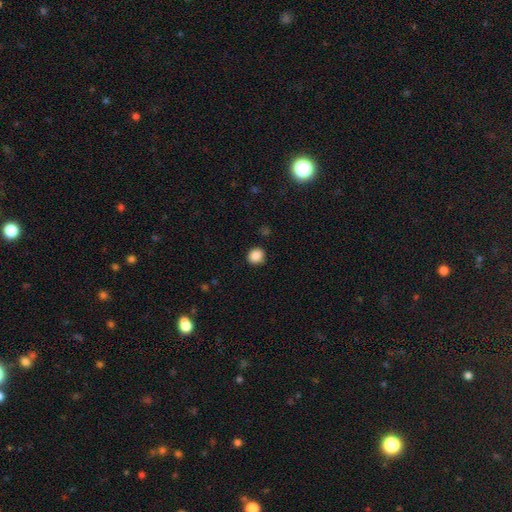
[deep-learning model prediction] A smooth galaxy with no disk features (87%) that is round (81%). Merging: none (84%).